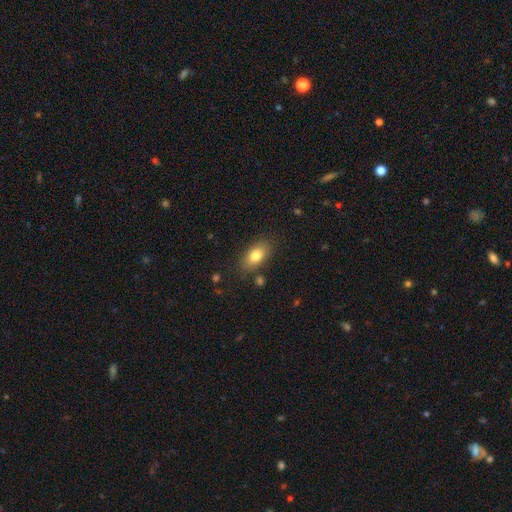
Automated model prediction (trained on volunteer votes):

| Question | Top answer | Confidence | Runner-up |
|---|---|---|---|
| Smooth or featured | smooth | 80% | featured or disk (12%) |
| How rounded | in between | 88% | round (7%) |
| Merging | none | 81% | minor disturbance (12%) |